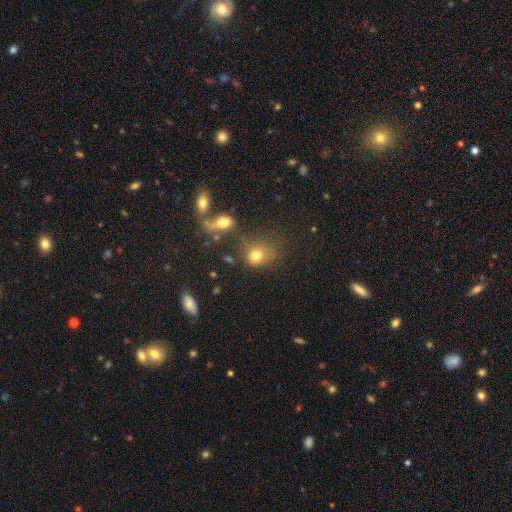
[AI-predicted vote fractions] smooth_or_featured: smooth (p=0.75) [alt: star or artifact p=0.13]
how_rounded: round (p=0.64) [alt: in between p=0.34]
merging: none (p=0.46) [alt: merger p=0.20]